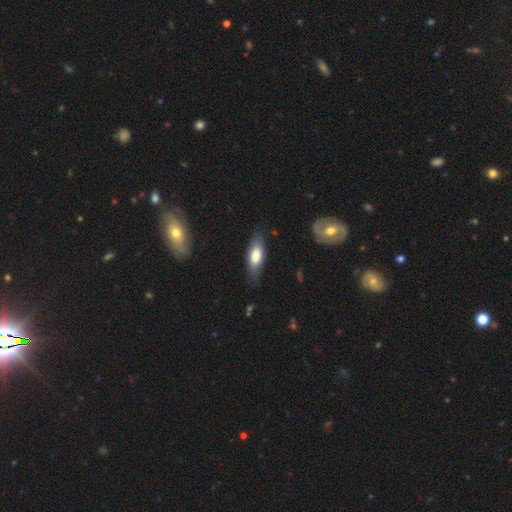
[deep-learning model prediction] Q: Smooth or featured?
A: smooth (68%); runner-up: featured or disk (26%)
Q: How rounded?
A: in between (65%); runner-up: cigar-shaped (32%)
Q: Merging?
A: none (76%); runner-up: minor disturbance (18%)